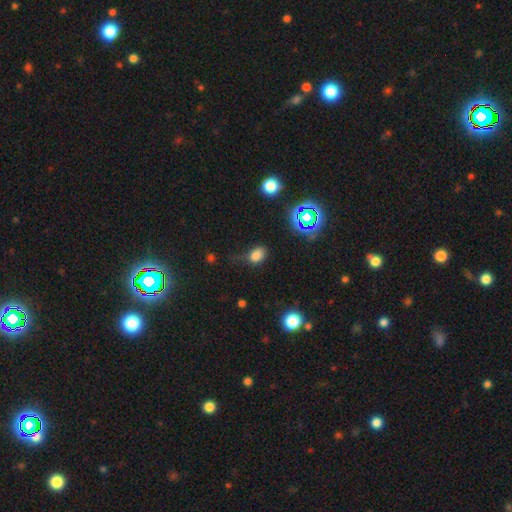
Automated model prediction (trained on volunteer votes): Smooth or featured?
  - smooth: 73% *
  - star or artifact: 20%
  - featured or disk: 7%
How rounded?
  - in between: 67% *
  - round: 32%
  - cigar-shaped: 2%
Merging?
  - none: 53% *
  - minor disturbance: 29%
  - major disturbance: 15%
  - merger: 3%